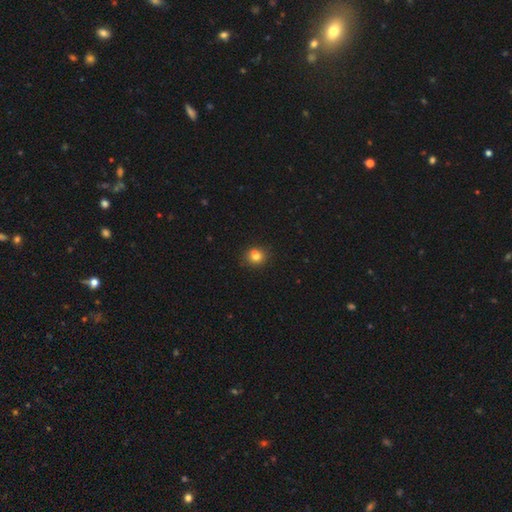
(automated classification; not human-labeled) smooth-or-featured: smooth: 77% | star or artifact: 12% | featured or disk: 11%
  how-rounded: round: 77% | in between: 22% | cigar-shaped: 1%
  merging: none: 62% | merger: 21% | minor disturbance: 13% | major disturbance: 4%